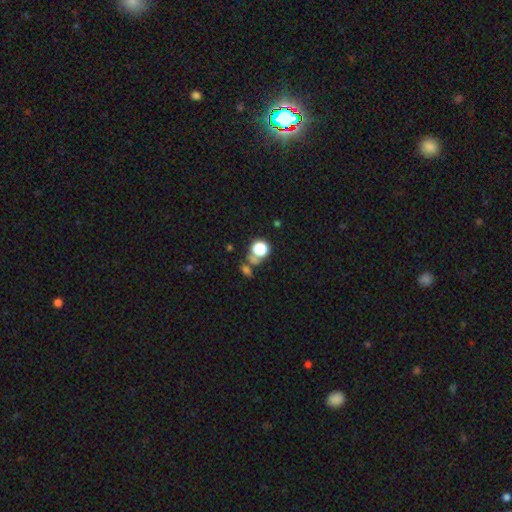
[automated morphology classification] Smooth or featured: star or artifact — 53% (smooth — 37%)